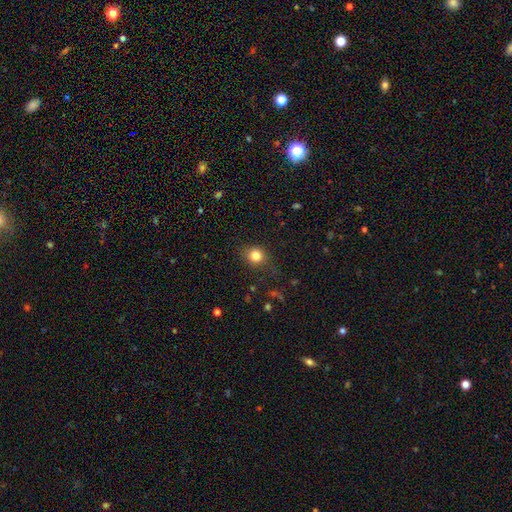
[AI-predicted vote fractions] A smooth galaxy with no disk features (82%) that is round (80%).

Vote fractions:
- Smooth or featured? smooth: 82% / star or artifact: 12% / featured or disk: 6%
- How rounded? round: 80% / in between: 19% / cigar-shaped: 1%
- Merging? none: 82% / minor disturbance: 12% / major disturbance: 4% / merger: 1%